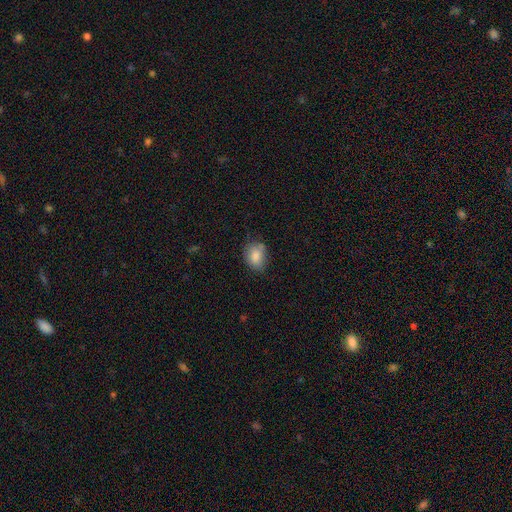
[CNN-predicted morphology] smooth_or_featured: smooth (p=0.83) [alt: featured or disk p=0.09]
how_rounded: in between (p=0.69) [alt: round p=0.29]
merging: none (p=0.65) [alt: minor disturbance p=0.27]